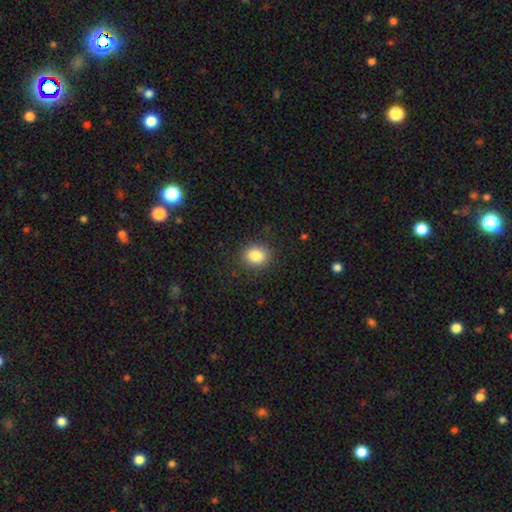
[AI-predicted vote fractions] Overall: smooth (84%). How rounded: round (65%; in between 34%). Merging: none (87%).